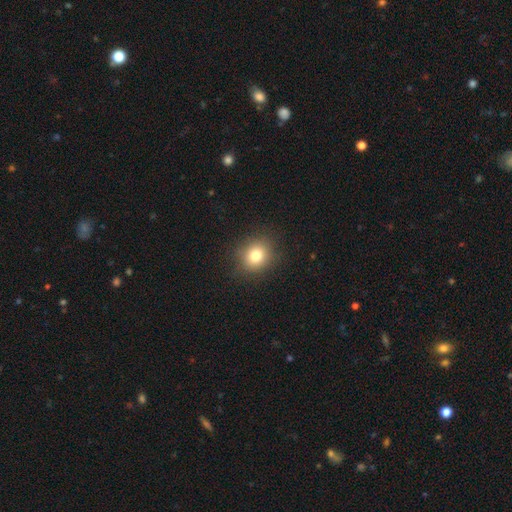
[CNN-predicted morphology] Smooth or featured?
  - smooth: 79% *
  - star or artifact: 13%
  - featured or disk: 8%
How rounded?
  - round: 77% *
  - in between: 22%
  - cigar-shaped: 1%
Merging?
  - none: 88% *
  - minor disturbance: 8%
  - major disturbance: 3%
  - merger: 1%